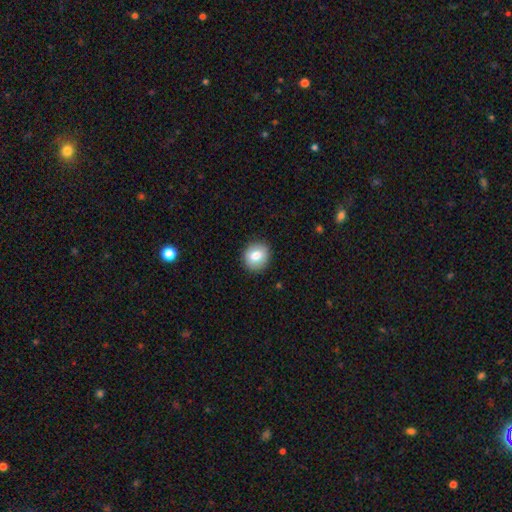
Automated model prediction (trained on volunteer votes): Smooth or featured?
  - smooth: 79% *
  - featured or disk: 13%
  - star or artifact: 8%
How rounded?
  - round: 73% *
  - in between: 26%
  - cigar-shaped: 1%
Merging?
  - none: 89% *
  - minor disturbance: 8%
  - major disturbance: 2%
  - merger: 1%